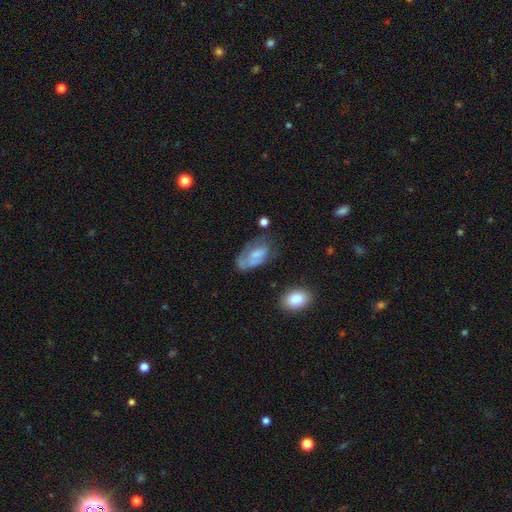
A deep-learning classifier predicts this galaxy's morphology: smooth-or-featured: smooth: 54% | featured or disk: 37% | star or artifact: 9%
  how-rounded: in between: 91% | cigar-shaped: 5% | round: 5%
  merging: none: 41% | minor disturbance: 30% | major disturbance: 24% | merger: 6%